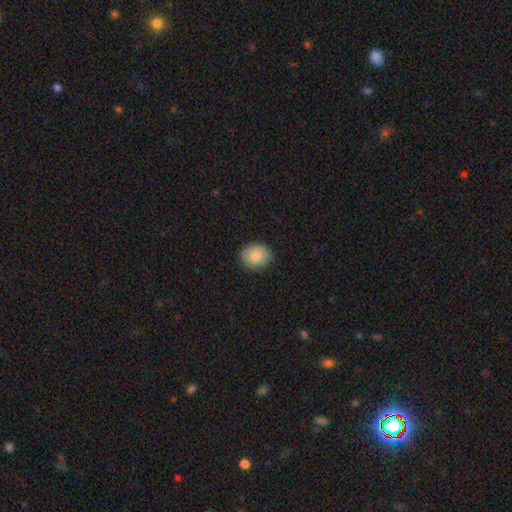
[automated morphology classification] The model was most divided on "how rounded": round: 50%, in between: 49%, cigar-shaped: 1%. More confident: merging — none (86%); smooth or featured — smooth (85%).